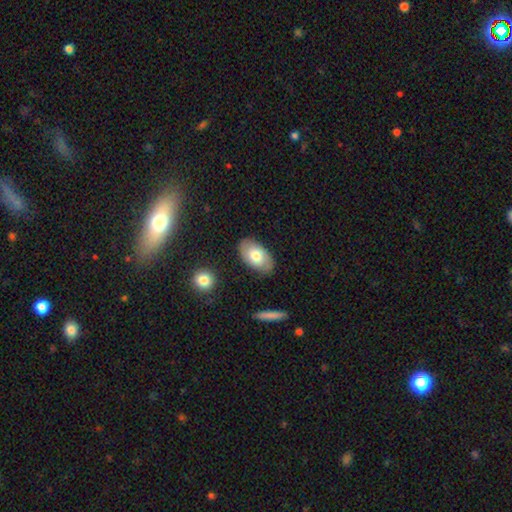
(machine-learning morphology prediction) A smooth galaxy with no disk features (72%) that is in between round and cigar-shaped (93%).

Vote fractions:
- Smooth or featured? smooth: 72% / featured or disk: 22% / star or artifact: 6%
- How rounded? in between: 93% / round: 5% / cigar-shaped: 2%
- Merging? none: 83% / minor disturbance: 12% / major disturbance: 3% / merger: 2%